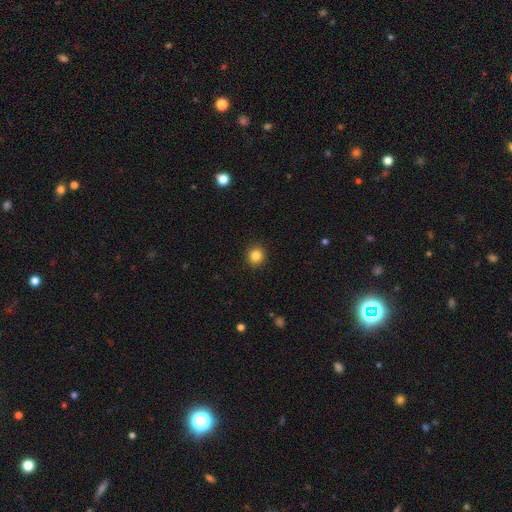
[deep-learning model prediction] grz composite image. It shows a smooth galaxy with no disk features (84%) that is round (90%). Merging: none (92%).